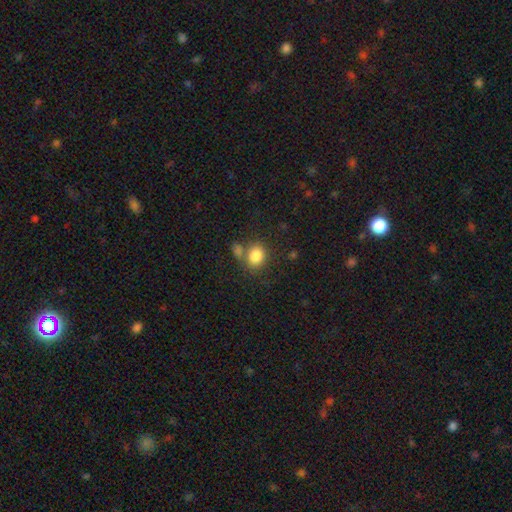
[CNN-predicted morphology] type=smooth (84%); roundness=round (54%); merging=none (58%).